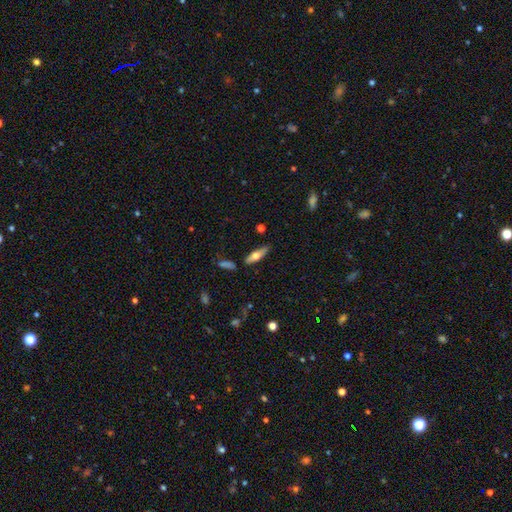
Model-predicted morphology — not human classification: Q: Smooth or featured?
A: smooth (55%); runner-up: featured or disk (39%)
Q: How rounded?
A: cigar-shaped (59%); runner-up: in between (38%)
Q: Merging?
A: none (81%); runner-up: minor disturbance (13%)